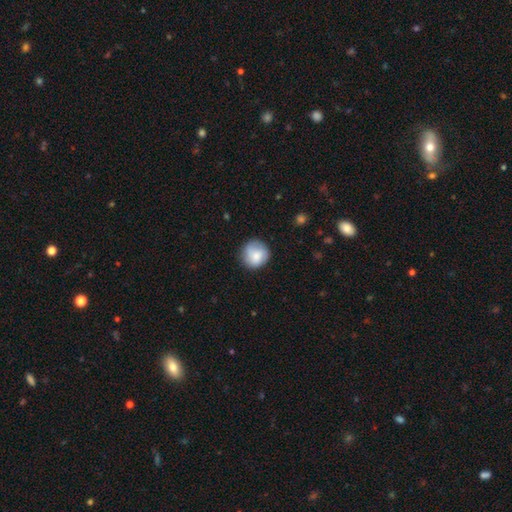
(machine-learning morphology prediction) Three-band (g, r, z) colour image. It shows a smooth galaxy with no disk features (77%) that is round (91%). Merging: none (77%).